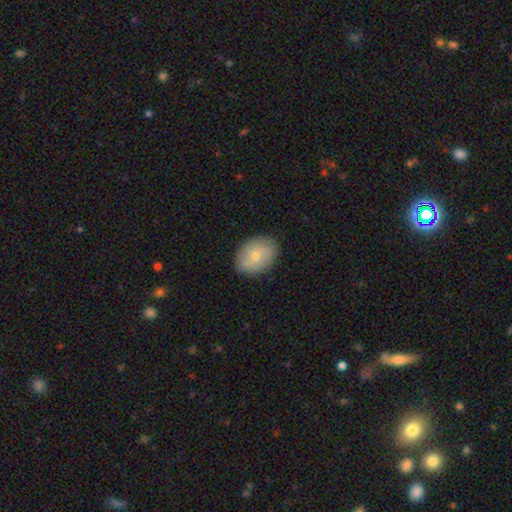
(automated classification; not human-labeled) This appears to be a smooth galaxy with no disk features (60%) that is in between round and cigar-shaped (69%). Merging: none (85%).